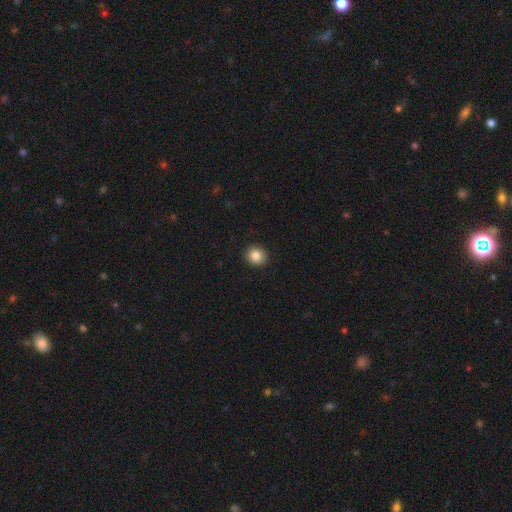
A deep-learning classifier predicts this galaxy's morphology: Smooth or featured?
  - smooth: 85% *
  - star or artifact: 9%
  - featured or disk: 6%
How rounded?
  - round: 88% *
  - in between: 12%
  - cigar-shaped: 1%
Merging?
  - none: 92% *
  - minor disturbance: 5%
  - major disturbance: 2%
  - merger: 1%